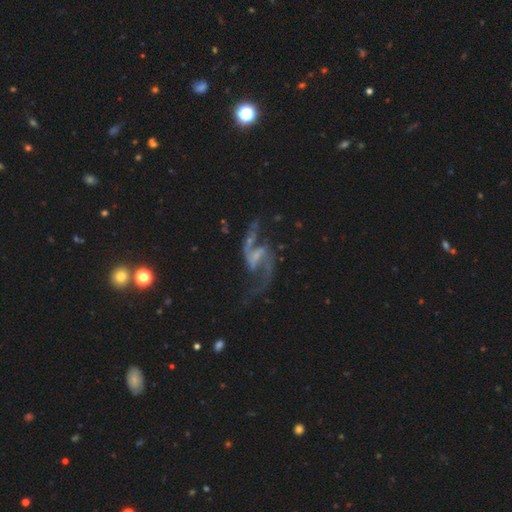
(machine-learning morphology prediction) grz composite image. It shows a featured or disk galaxy (89%) with a weak bar (47%), 2 (92%) loose (77%) spiral arms (95%) and no central bulge (49%). Merging: none (57%).